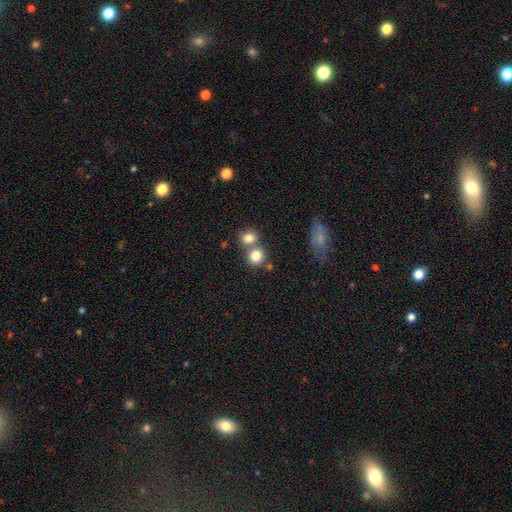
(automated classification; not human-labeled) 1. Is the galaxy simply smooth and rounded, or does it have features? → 82% smooth, 10% star or artifact, 8% featured or disk.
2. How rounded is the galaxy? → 81% round, 18% in between, 1% cigar-shaped.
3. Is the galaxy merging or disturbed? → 50% none, 39% merger, 8% minor disturbance, 3% major disturbance.